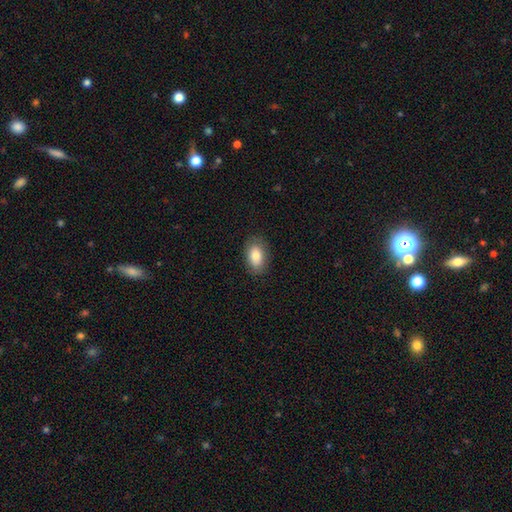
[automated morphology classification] Smooth or featured? Predicted: smooth (p=0.83). How rounded? Predicted: in between (p=0.89). Merging? Predicted: none (p=0.85).